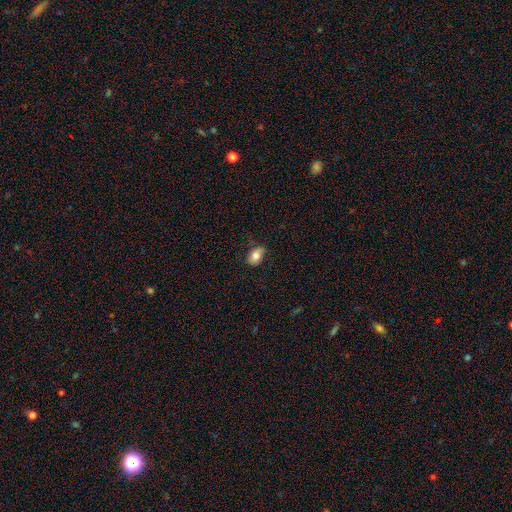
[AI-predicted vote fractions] This appears to be a smooth galaxy with no disk features (79%) that is in between round and cigar-shaped (83%). Merging: none (60%).